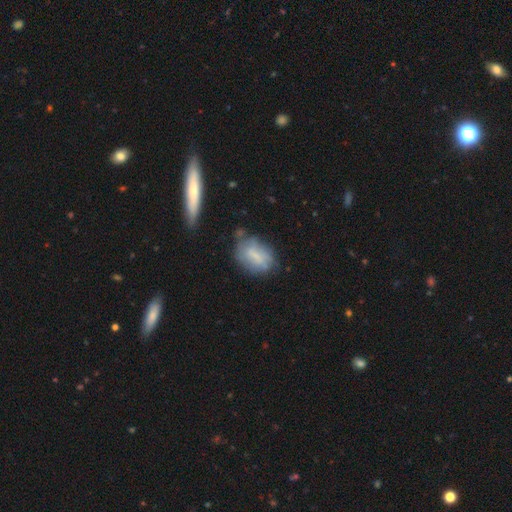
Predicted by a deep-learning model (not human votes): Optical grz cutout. It shows a smooth galaxy with no disk features (59%) that is in between round and cigar-shaped (79%). Merging: none (55%).